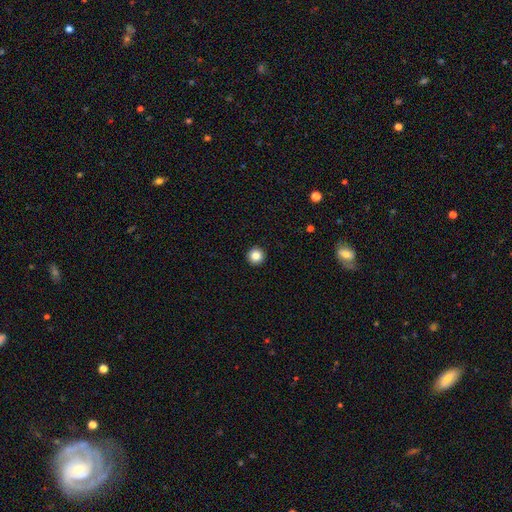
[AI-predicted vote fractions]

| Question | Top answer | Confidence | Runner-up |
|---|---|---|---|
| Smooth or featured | smooth | 85% | star or artifact (10%) |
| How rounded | round | 97% | in between (2%) |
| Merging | none | 94% | minor disturbance (4%) |